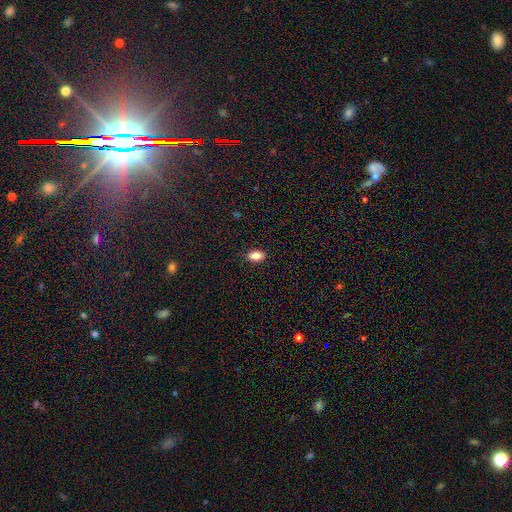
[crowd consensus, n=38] Volunteers were most divided on "merging": none: 81%, minor disturbance: 14%, major disturbance: 5%, merger: 0%. More confident: how rounded — in between (97%); smooth or featured — smooth (84%).